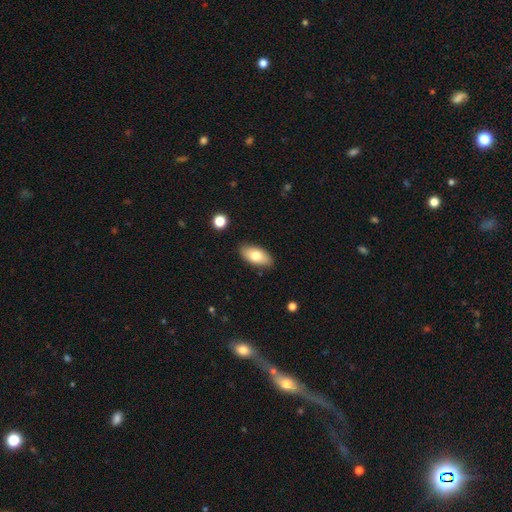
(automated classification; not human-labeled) Smooth or featured?
  - smooth: 76% *
  - featured or disk: 18%
  - star or artifact: 7%
How rounded?
  - in between: 91% *
  - cigar-shaped: 6%
  - round: 3%
Merging?
  - none: 86% *
  - minor disturbance: 10%
  - major disturbance: 2%
  - merger: 2%